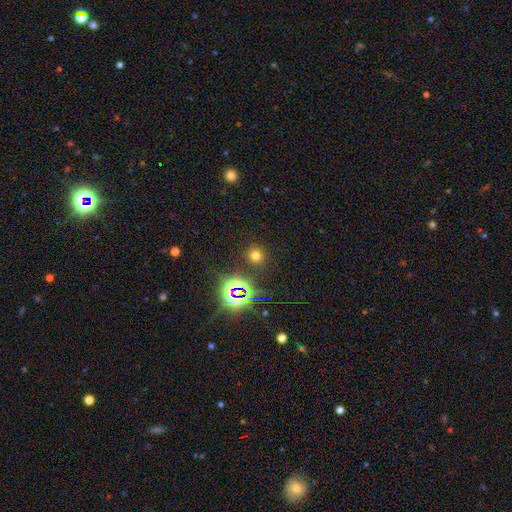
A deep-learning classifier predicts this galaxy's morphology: This is likely a smooth galaxy (63%). How rounded: clearly round (88%). Merging: clearly none (87%).